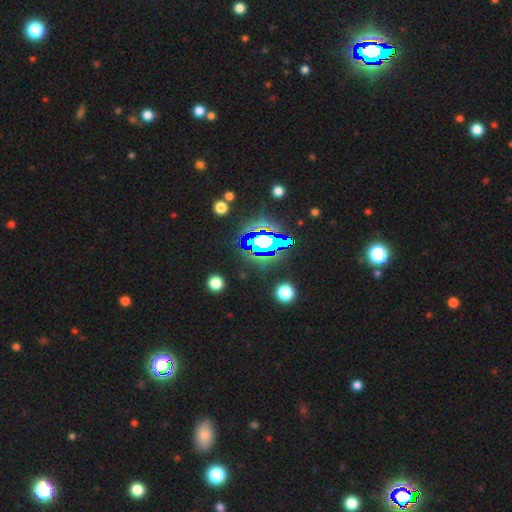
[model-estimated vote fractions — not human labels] smooth-or-featured: star or artifact: 75% | smooth: 14% | featured or disk: 11%